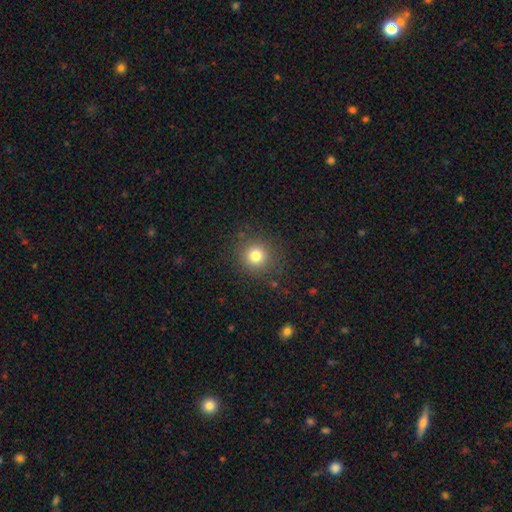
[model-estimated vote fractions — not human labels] Smooth or featured: smooth — 79% (star or artifact — 14%)
How rounded: round — 92% (in between — 7%)
Merging: none — 88% (minor disturbance — 8%)